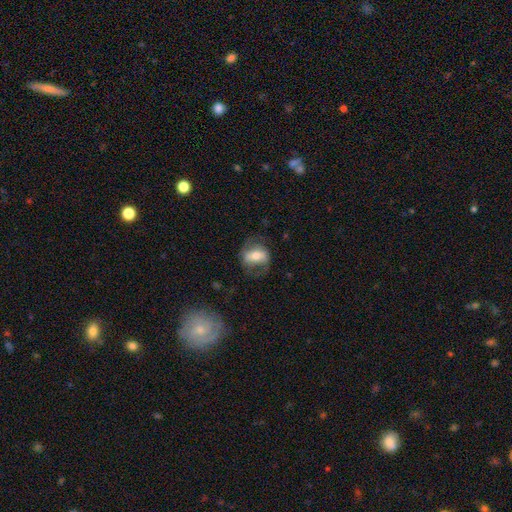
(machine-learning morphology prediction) Smooth or featured? featured or disk (55%)
Edge-on disk? no (93%)
Bar? strong (46%)
Spiral arms? yes (71%)
Bulge size? moderate (59%)
Merging? none (64%)